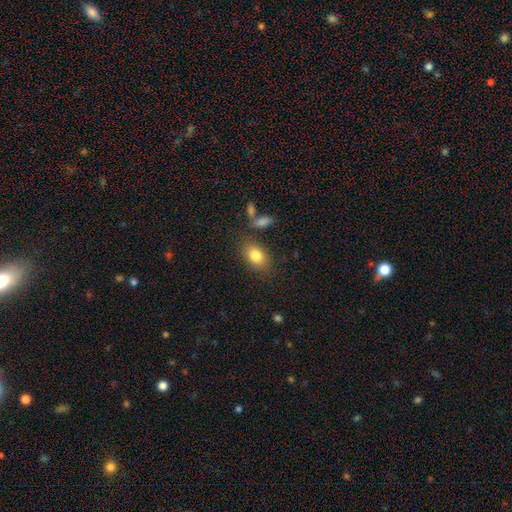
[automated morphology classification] smooth-or-featured: smooth: 82% | featured or disk: 10% | star or artifact: 9%
  how-rounded: in between: 81% | round: 17% | cigar-shaped: 2%
  merging: none: 78% | minor disturbance: 13% | merger: 5% | major disturbance: 4%